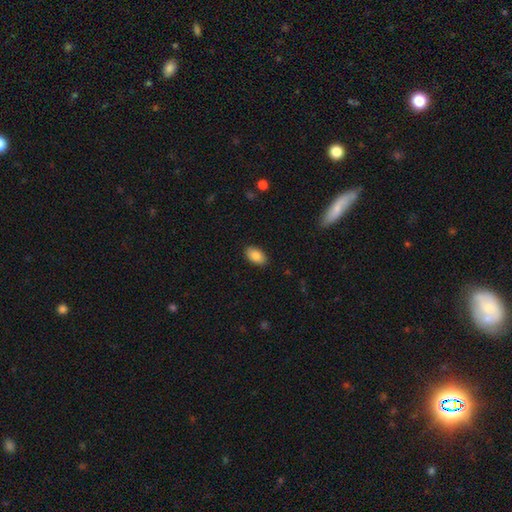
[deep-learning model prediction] Q: Smooth or featured?
A: smooth (85%); runner-up: featured or disk (8%)
Q: How rounded?
A: in between (93%); runner-up: round (5%)
Q: Merging?
A: none (88%); runner-up: minor disturbance (9%)